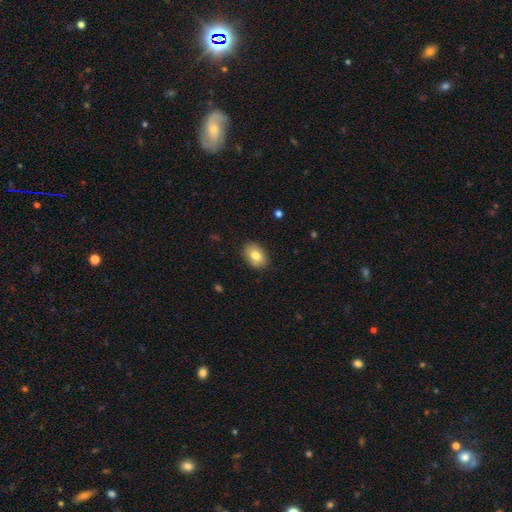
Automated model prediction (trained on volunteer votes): This is likely a smooth galaxy (79%). How rounded: clearly in between (81%). Merging: clearly none (85%).